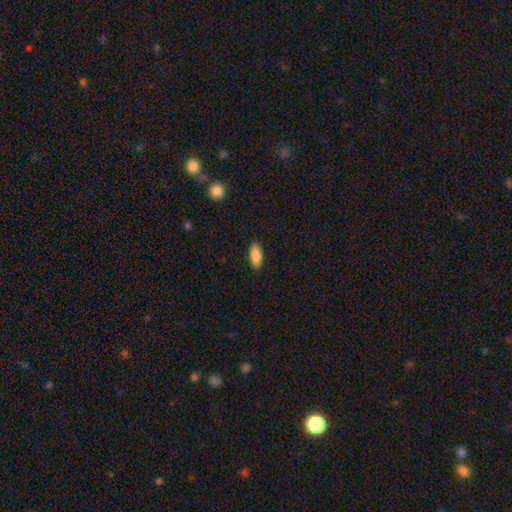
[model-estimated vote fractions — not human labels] This appears to be a smooth galaxy with no disk features (89%) that is in between round and cigar-shaped (87%). Merging: none (89%).